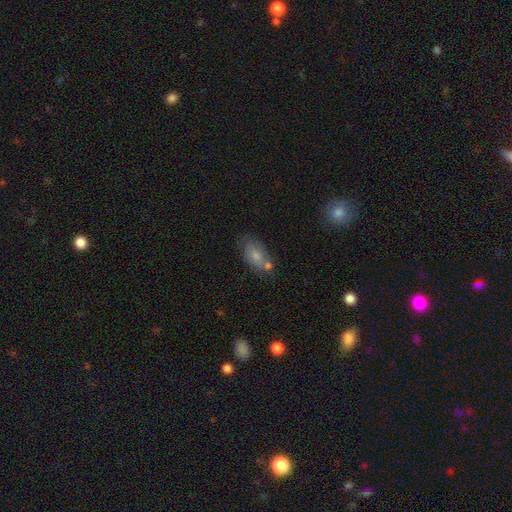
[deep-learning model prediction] Morphology: type=smooth (70%); roundness=in between (90%); merging=none (48%).